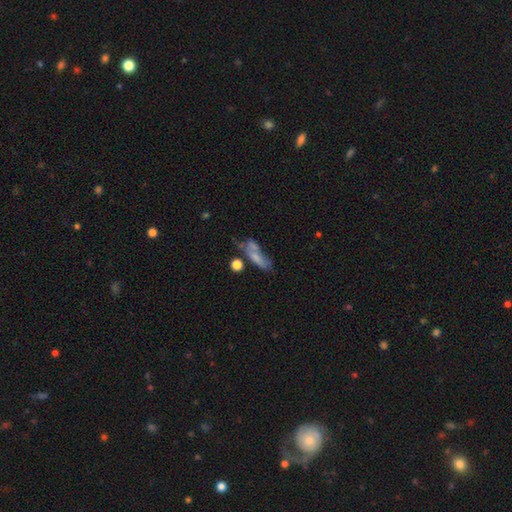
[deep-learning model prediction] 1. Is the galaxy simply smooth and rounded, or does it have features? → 60% smooth, 29% featured or disk, 11% star or artifact.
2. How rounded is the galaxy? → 53% in between, 42% cigar-shaped, 5% round.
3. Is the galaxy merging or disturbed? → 36% none, 23% minor disturbance, 21% merger, 19% major disturbance.